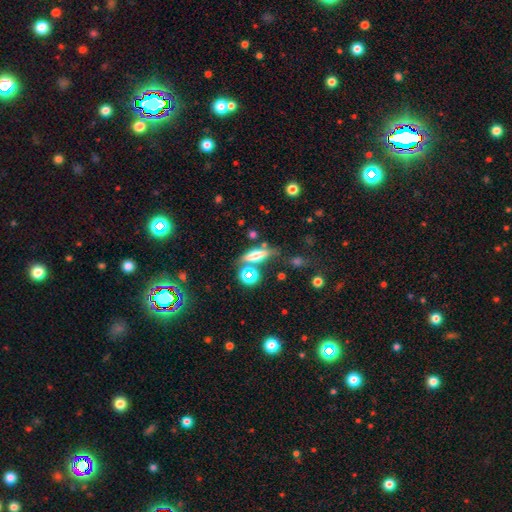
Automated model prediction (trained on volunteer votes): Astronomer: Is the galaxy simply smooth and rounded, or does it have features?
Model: smooth — 55% (runner-up: featured or disk, 30%).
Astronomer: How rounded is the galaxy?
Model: cigar-shaped — 53% (runner-up: in between, 40%).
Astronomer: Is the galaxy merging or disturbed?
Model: none — 59%.